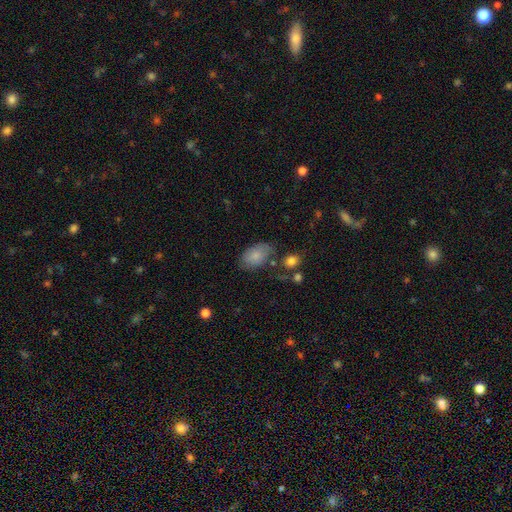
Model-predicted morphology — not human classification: smooth-or-featured: smooth: 83% | featured or disk: 10% | star or artifact: 7%
  how-rounded: in between: 92% | round: 7% | cigar-shaped: 1%
  merging: none: 67% | minor disturbance: 22% | major disturbance: 6% | merger: 5%